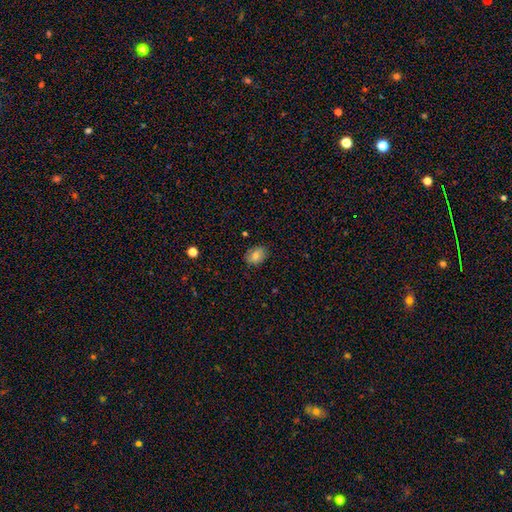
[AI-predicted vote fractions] The model was most divided on "how rounded": in between: 68%, round: 30%, cigar-shaped: 1%. More confident: merging — none (81%); smooth or featured — smooth (76%).